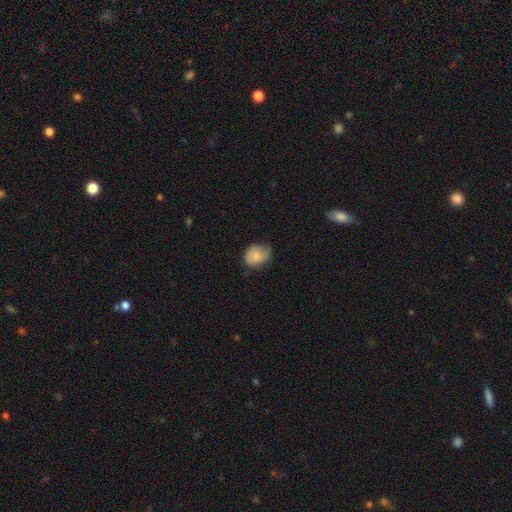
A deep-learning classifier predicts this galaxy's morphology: smooth_or_featured: smooth (p=0.67) [alt: featured or disk p=0.25]
how_rounded: round (p=0.63) [alt: in between p=0.36]
merging: none (p=0.58) [alt: minor disturbance p=0.31]